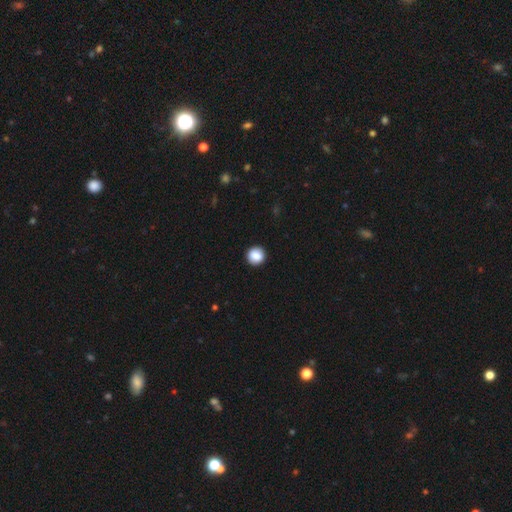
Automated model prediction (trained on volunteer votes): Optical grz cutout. It shows a smooth galaxy with no disk features (88%) that is round (91%). Merging: none (92%).